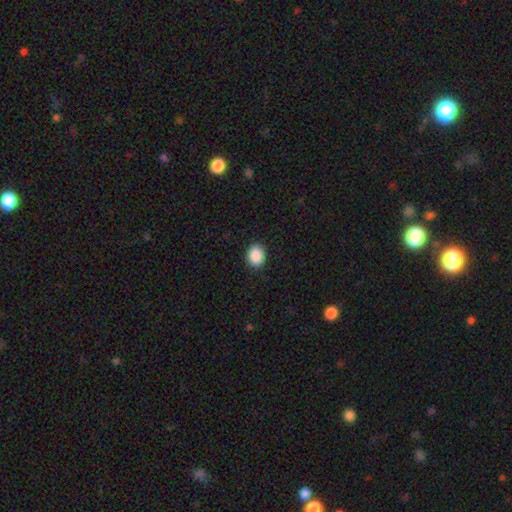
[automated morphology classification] Smooth or featured? Predicted: smooth (p=0.89). How rounded? Predicted: in between (p=0.51). Merging? Predicted: none (p=0.90).